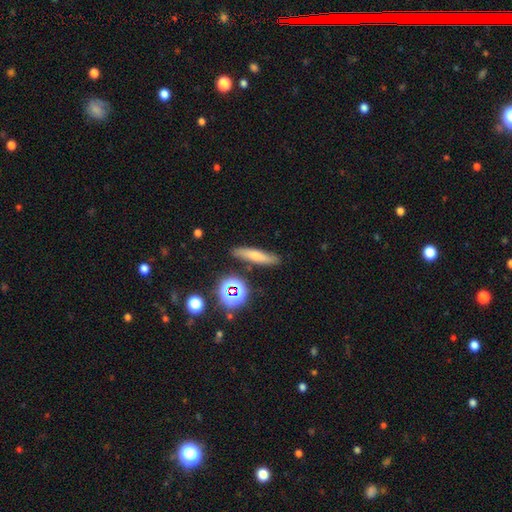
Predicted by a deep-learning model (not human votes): Morphology: type=smooth (65%); roundness=cigar-shaped (79%); merging=none (84%).